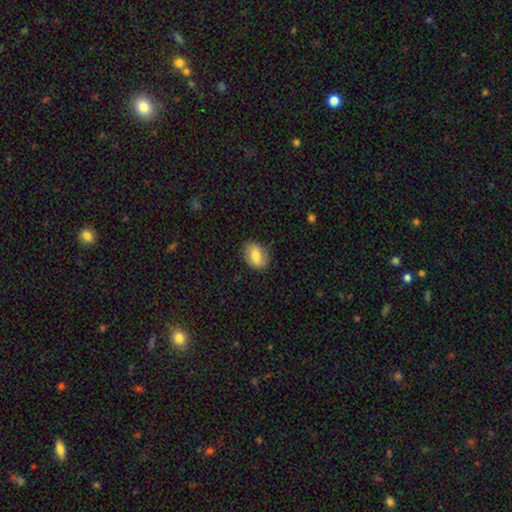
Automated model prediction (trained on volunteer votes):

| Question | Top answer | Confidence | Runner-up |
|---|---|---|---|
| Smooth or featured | smooth | 71% | featured or disk (22%) |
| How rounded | in between | 69% | round (30%) |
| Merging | none | 81% | minor disturbance (14%) |